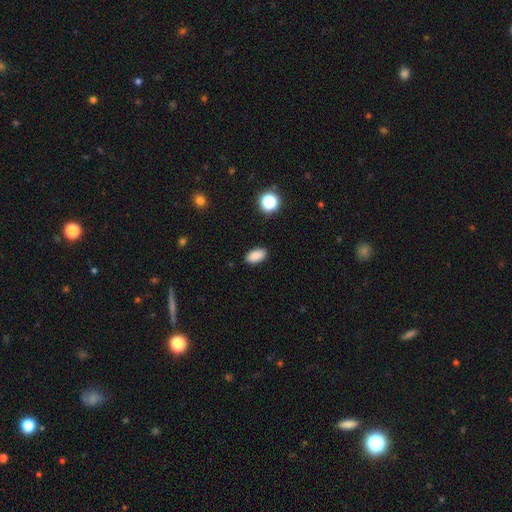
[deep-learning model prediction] Smooth or featured? Predicted: smooth (p=0.88). How rounded? Predicted: in between (p=0.92). Merging? Predicted: none (p=0.89).